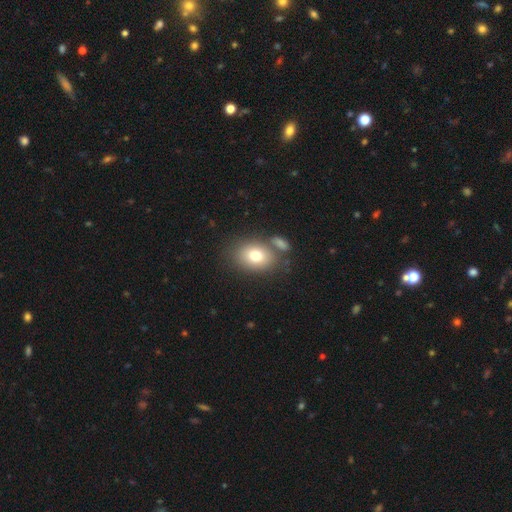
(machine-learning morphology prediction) Smooth or featured? Predicted: smooth (p=0.76). How rounded? Predicted: in between (p=0.69). Merging? Predicted: none (p=0.65).